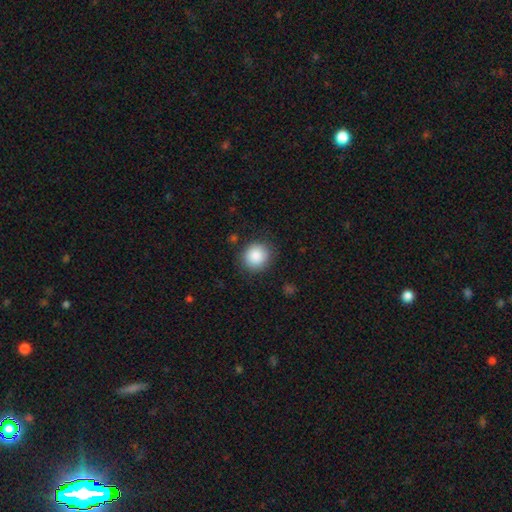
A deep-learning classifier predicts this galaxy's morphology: This appears to be a smooth galaxy with no disk features (88%) that is round (89%). Merging: none (87%).